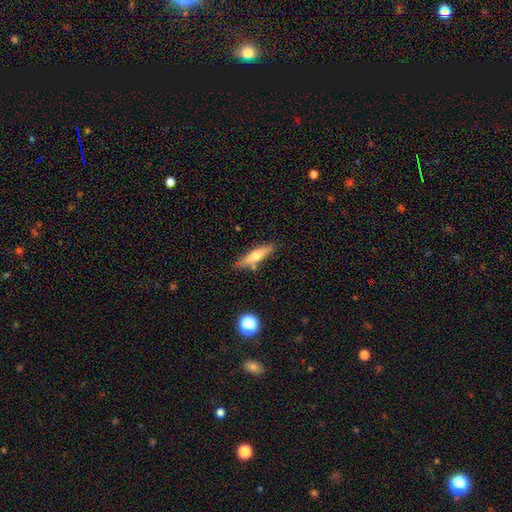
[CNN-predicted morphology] Overall: smooth (52%; featured or disk 41%). How rounded: cigar-shaped (72%). Merging: none (79%).